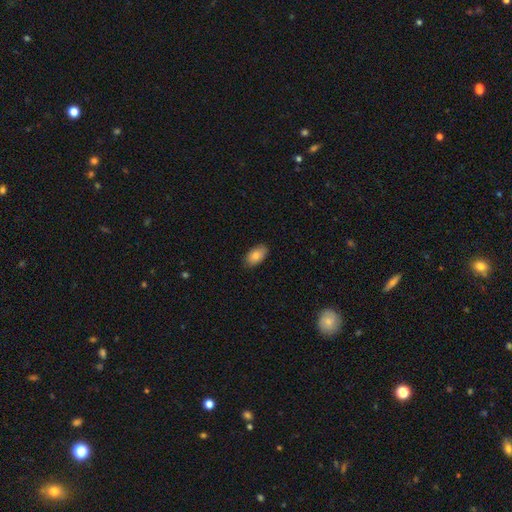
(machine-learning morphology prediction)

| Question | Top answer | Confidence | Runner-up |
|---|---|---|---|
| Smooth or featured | smooth | 82% | featured or disk (11%) |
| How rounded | in between | 93% | round (5%) |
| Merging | none | 86% | minor disturbance (11%) |